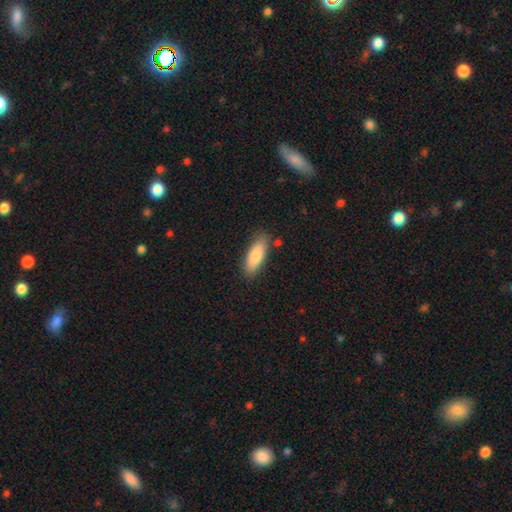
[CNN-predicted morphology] Overall: smooth (81%). How rounded: in between (65%; cigar-shaped 33%). Merging: none (81%).